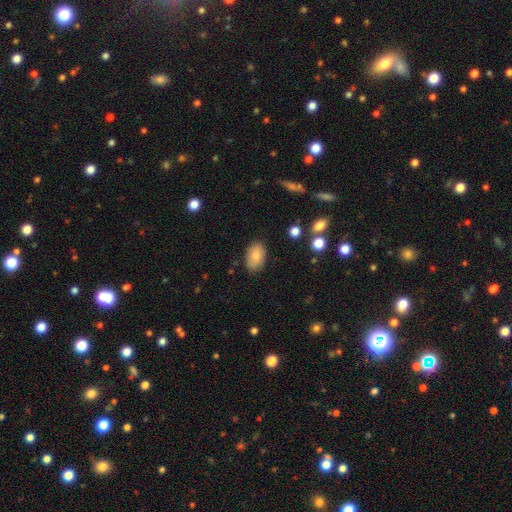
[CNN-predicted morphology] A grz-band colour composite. It shows a smooth galaxy with no disk features (84%) that is in between round and cigar-shaped (91%). Merging: none (85%).